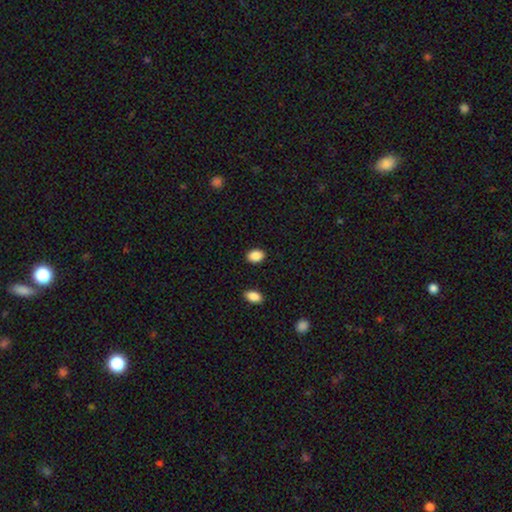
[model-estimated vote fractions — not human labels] Smooth or featured?
  - smooth: 89% *
  - star or artifact: 8%
  - featured or disk: 3%
How rounded?
  - in between: 78% *
  - round: 21%
  - cigar-shaped: 1%
Merging?
  - none: 89% *
  - minor disturbance: 8%
  - major disturbance: 2%
  - merger: 2%